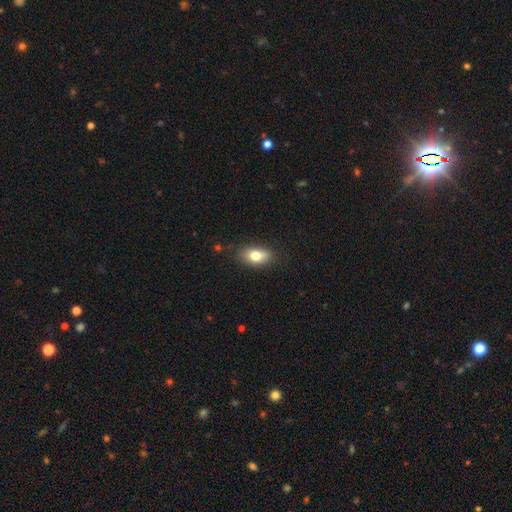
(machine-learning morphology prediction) Smooth or featured?
  - smooth: 75% *
  - featured or disk: 17%
  - star or artifact: 8%
How rounded?
  - in between: 85% *
  - round: 10%
  - cigar-shaped: 5%
Merging?
  - none: 78% *
  - minor disturbance: 16%
  - major disturbance: 4%
  - merger: 2%